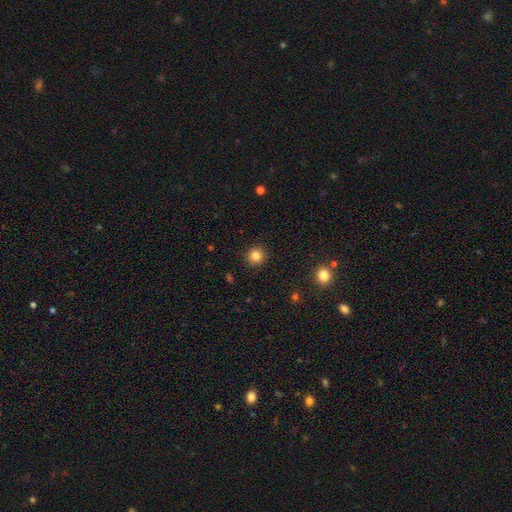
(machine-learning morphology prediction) The model was most divided on "smooth or featured": smooth: 83%, star or artifact: 12%, featured or disk: 5%. More confident: how rounded — round (93%); merging — none (92%).